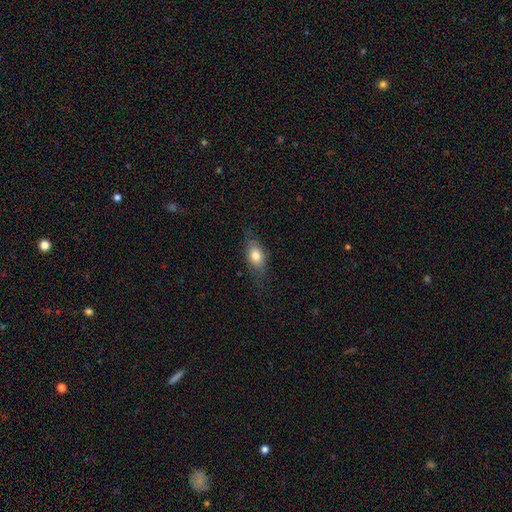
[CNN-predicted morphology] smooth 76%, featured or disk 16%, star or artifact 8%. Down the decision tree: how rounded — in between (81%); merging — none (72%).